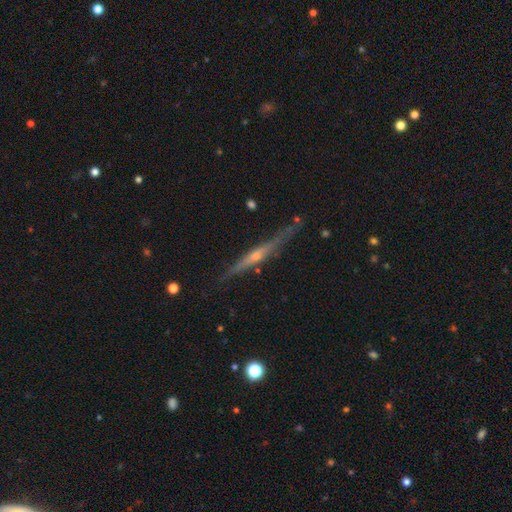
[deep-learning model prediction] Smooth or featured?
  - featured or disk: 76% *
  - smooth: 18%
  - star or artifact: 7%
Edge-on disk?
  - yes: 97% *
  - no: 3%
Edge-on bulge?
  - rounded: 69% *
  - none: 23%
  - boxy: 7%
Merging?
  - none: 82% *
  - minor disturbance: 13%
  - major disturbance: 3%
  - merger: 2%